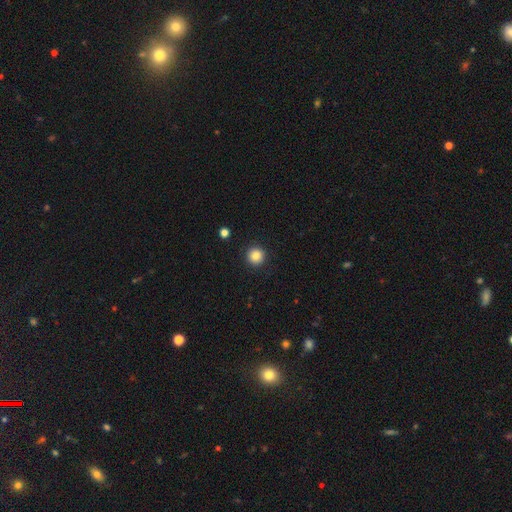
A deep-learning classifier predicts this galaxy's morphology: smooth-or-featured: smooth: 85% | star or artifact: 10% | featured or disk: 5%
  how-rounded: round: 94% | in between: 5% | cigar-shaped: 1%
  merging: none: 92% | minor disturbance: 5% | major disturbance: 2% | merger: 1%